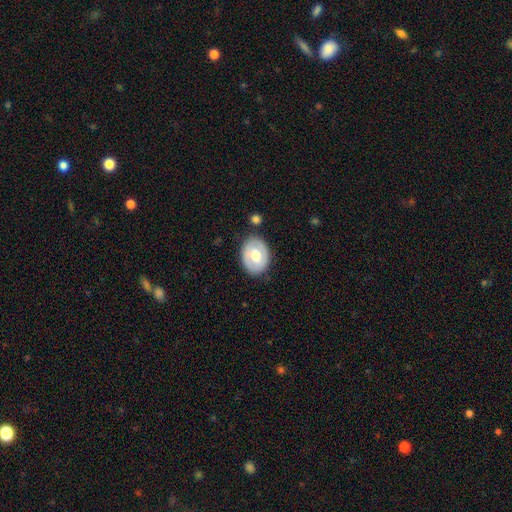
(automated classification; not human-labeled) Smooth or featured: featured or disk — 52% (smooth — 43%)
Edge-on disk: no — 95% (yes — 5%)
Merging: none — 80% (minor disturbance — 13%)